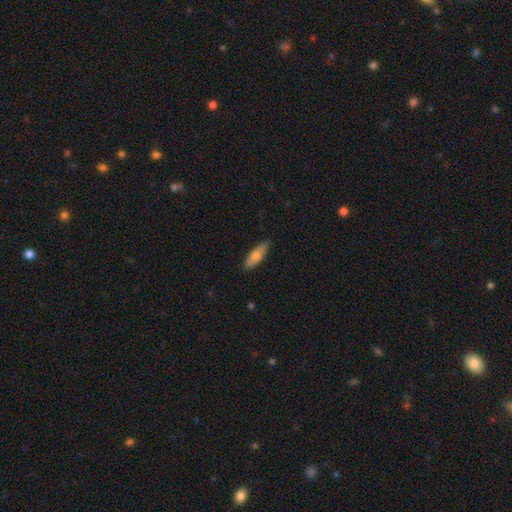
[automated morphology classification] smooth_or_featured: smooth (p=0.67) [alt: featured or disk p=0.27]
how_rounded: in between (p=0.51) [alt: cigar-shaped p=0.46]
merging: none (p=0.84) [alt: minor disturbance p=0.13]